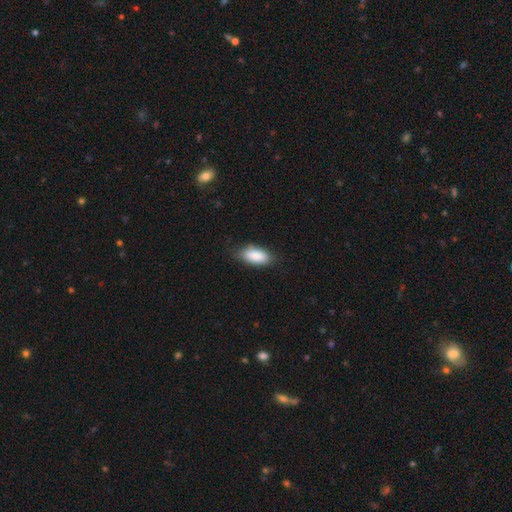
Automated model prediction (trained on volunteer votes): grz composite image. It shows a smooth galaxy with no disk features (88%) that is in between round and cigar-shaped (89%). Merging: none (79%).